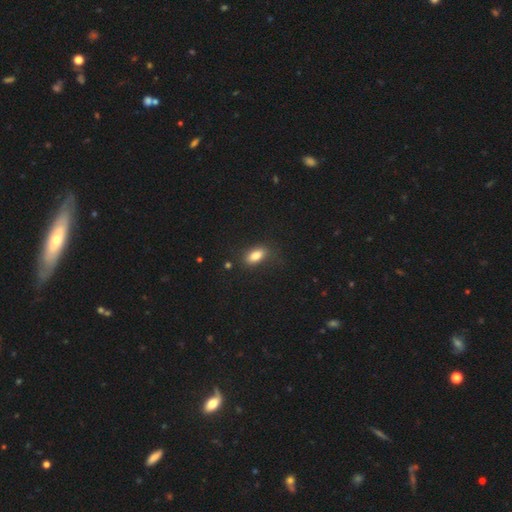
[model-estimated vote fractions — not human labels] The model was most divided on "merging": none: 78%, minor disturbance: 15%, major disturbance: 5%, merger: 2%. More confident: how rounded — in between (87%); smooth or featured — smooth (83%).